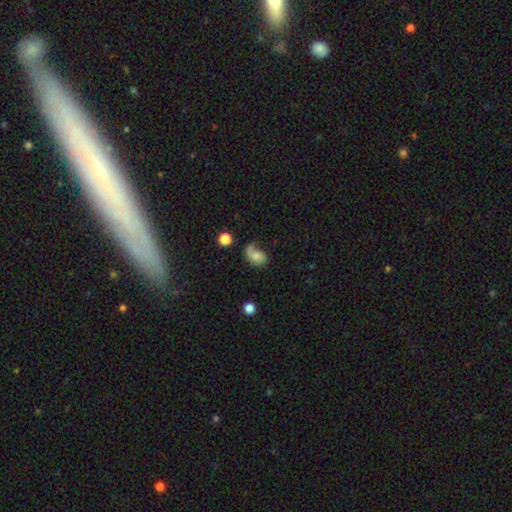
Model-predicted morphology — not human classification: smooth_or_featured: smooth (p=0.58) [alt: featured or disk p=0.32]
how_rounded: in between (p=0.76) [alt: round p=0.23]
merging: none (p=0.39) [alt: minor disturbance p=0.34]